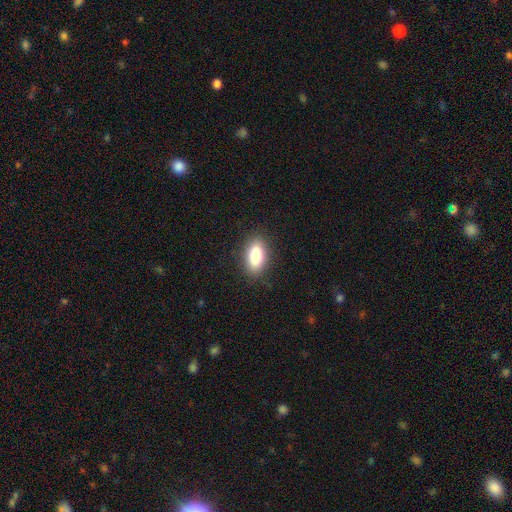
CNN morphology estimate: This is clearly a smooth galaxy (84%). How rounded: clearly in between (88%). Merging: clearly none (87%).